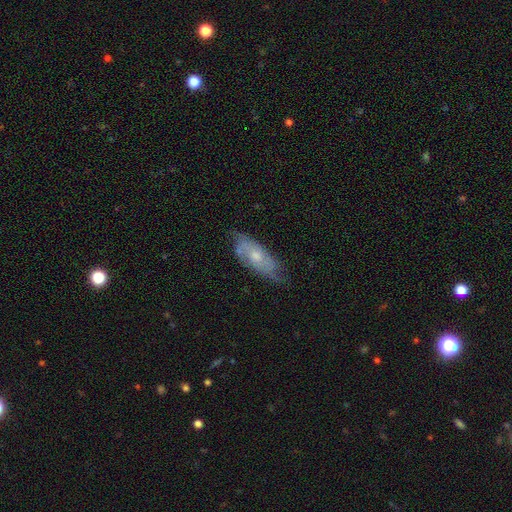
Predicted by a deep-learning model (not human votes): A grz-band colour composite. It shows a featured or disk galaxy (60%). Merging: none (64%).